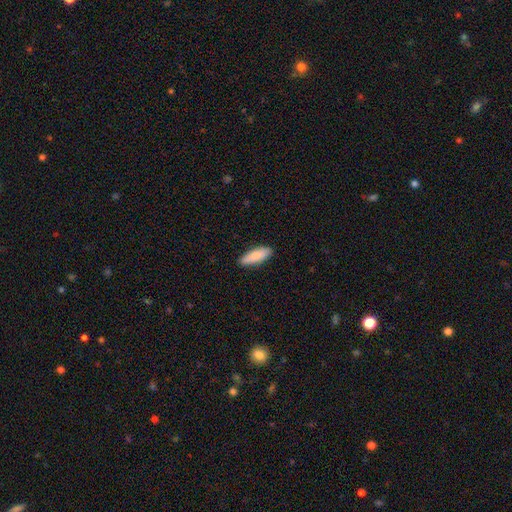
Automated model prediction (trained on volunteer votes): Morphology: type=smooth (83%); roundness=in between (55%); merging=none (89%).